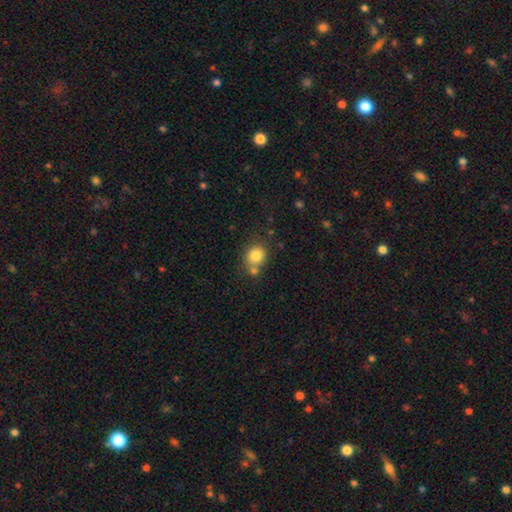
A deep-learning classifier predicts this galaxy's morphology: Smooth or featured? Predicted: smooth (p=0.81). How rounded? Predicted: round (p=0.78). Merging? Predicted: none (p=0.59).